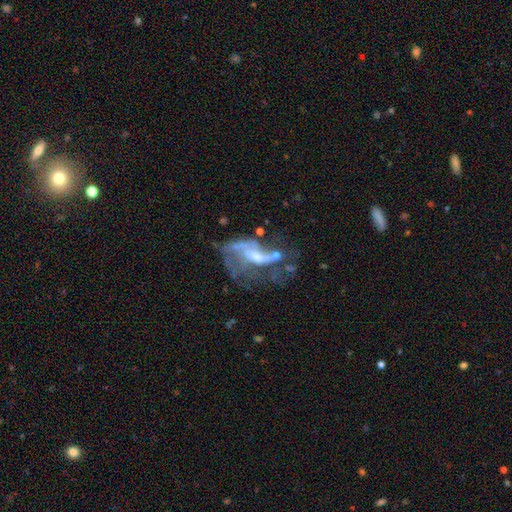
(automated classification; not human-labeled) Smooth or featured? featured or disk (74%)
Edge-on disk? no (95%)
Bar? no (54%)
Spiral arms? yes (62%)
Bulge size? small (41%)
Merging? major disturbance (39%)